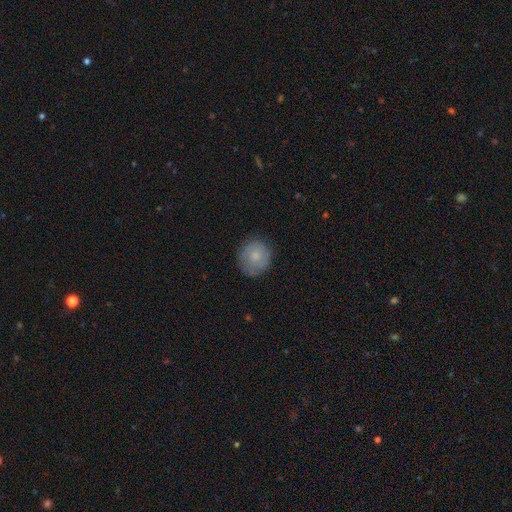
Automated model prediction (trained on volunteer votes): smooth_or_featured: smooth (p=0.75) [alt: featured or disk p=0.18]
how_rounded: round (p=0.89) [alt: in between p=0.10]
merging: none (p=0.79) [alt: minor disturbance p=0.16]